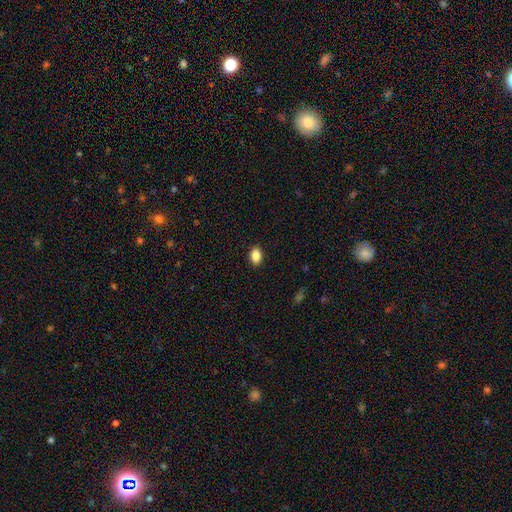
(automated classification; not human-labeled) A smooth galaxy with no disk features (87%) that is in between round and cigar-shaped (86%).

Vote fractions:
- Smooth or featured? smooth: 87% / star or artifact: 8% / featured or disk: 5%
- How rounded? in between: 86% / round: 12% / cigar-shaped: 2%
- Merging? none: 90% / minor disturbance: 7% / major disturbance: 2% / merger: 1%